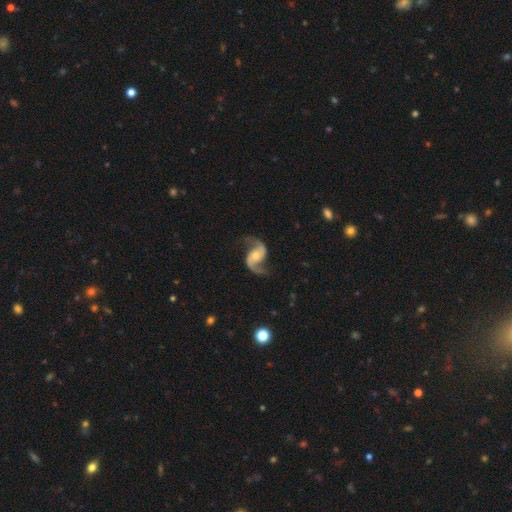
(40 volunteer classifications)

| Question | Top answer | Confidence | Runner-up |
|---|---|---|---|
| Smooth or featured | featured or disk | 95% | star or artifact (5%) |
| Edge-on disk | no | 100% | — |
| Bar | no | 61% | strong (21%) |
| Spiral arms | yes | 97% | no (3%) |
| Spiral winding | loose | 81% | medium (16%) |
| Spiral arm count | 2 | 95% | 1 (3%) |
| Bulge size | moderate | 50% | small (39%) |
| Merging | none | 82% | minor disturbance (11%) |